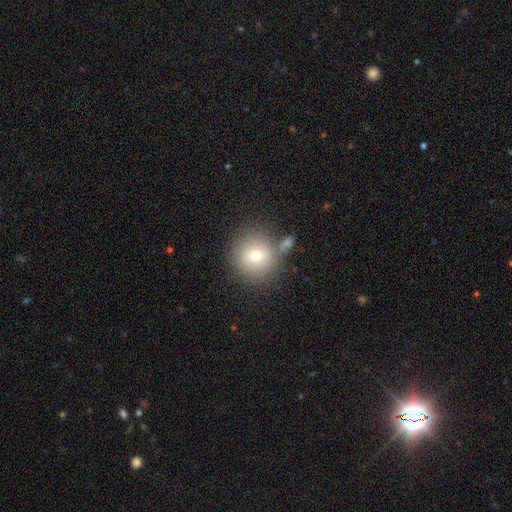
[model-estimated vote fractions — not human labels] Smooth or featured? smooth (75%)
How rounded? round (90%)
Merging? none (69%)